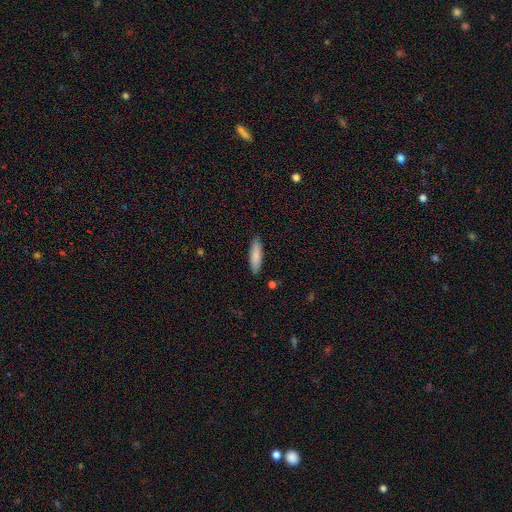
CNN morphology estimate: Smooth or featured?
  - smooth: 84% *
  - featured or disk: 10%
  - star or artifact: 6%
How rounded?
  - cigar-shaped: 62% *
  - in between: 37%
  - round: 1%
Merging?
  - none: 87% *
  - minor disturbance: 9%
  - major disturbance: 2%
  - merger: 1%